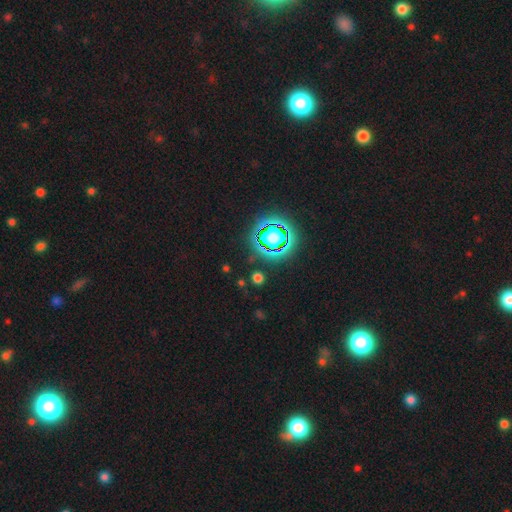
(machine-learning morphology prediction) type=star or artifact (81%).